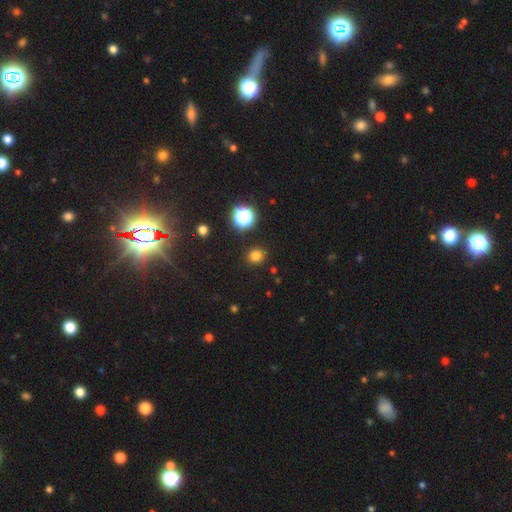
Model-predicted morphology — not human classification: This is likely a smooth galaxy (77%). How rounded: likely round (79%). Merging: clearly none (88%).